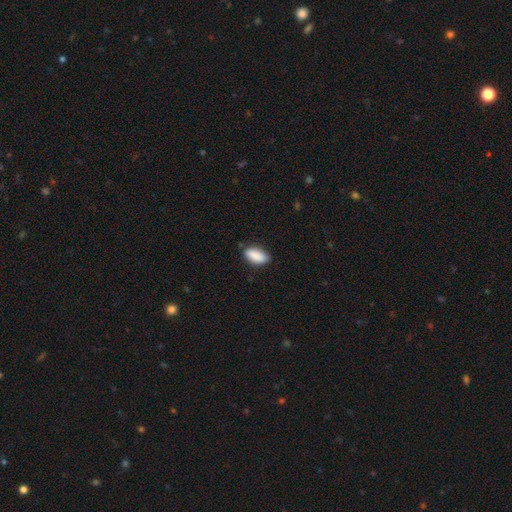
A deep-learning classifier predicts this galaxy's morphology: Smooth or featured? smooth (89%)
How rounded? in between (90%)
Merging? none (78%)